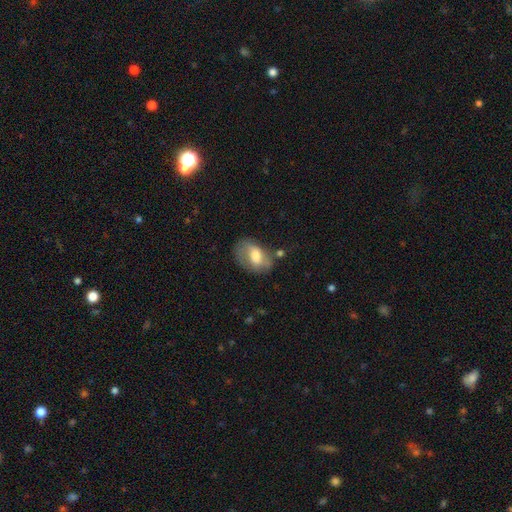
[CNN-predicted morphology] A smooth galaxy with no disk features (61%) that is in between round and cigar-shaped (85%).

Vote fractions:
- Smooth or featured? smooth: 61% / featured or disk: 31% / star or artifact: 7%
- How rounded? in between: 85% / round: 13% / cigar-shaped: 2%
- Merging? none: 53% / minor disturbance: 27% / major disturbance: 14% / merger: 6%